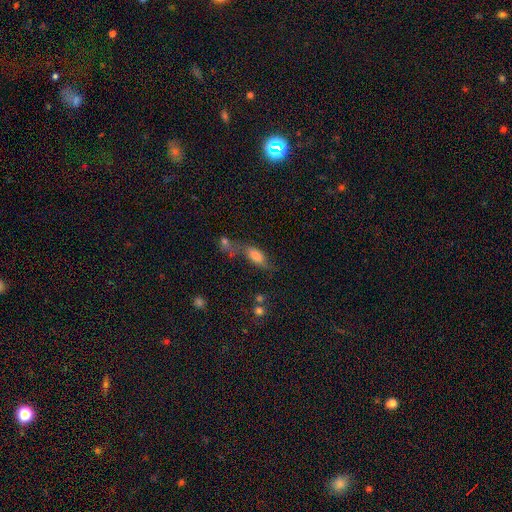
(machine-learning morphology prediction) smooth_or_featured: smooth (p=0.69) [alt: featured or disk p=0.20]
how_rounded: in between (p=0.82) [alt: cigar-shaped p=0.13]
merging: none (p=0.37) [alt: merger p=0.28]